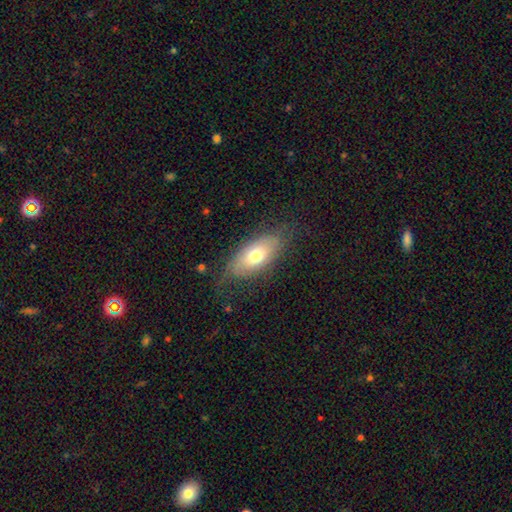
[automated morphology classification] The model was most divided on "smooth or featured": smooth: 62%, featured or disk: 31%, star or artifact: 7%. More confident: how rounded — in between (86%); merging — none (69%).